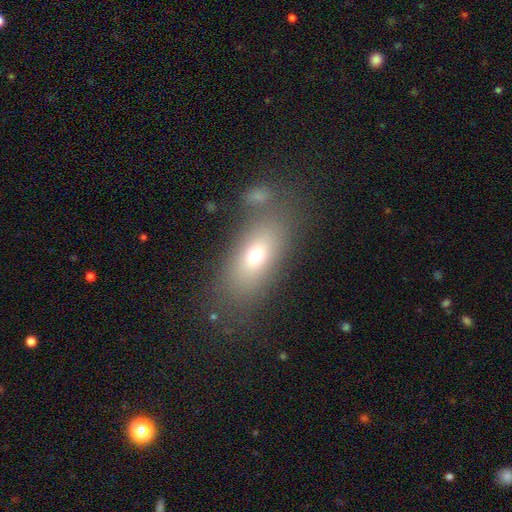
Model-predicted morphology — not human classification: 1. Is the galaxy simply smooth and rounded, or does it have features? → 67% smooth, 20% featured or disk, 13% star or artifact.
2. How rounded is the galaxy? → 77% in between, 13% round, 10% cigar-shaped.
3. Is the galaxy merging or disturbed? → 68% none, 12% merger, 12% minor disturbance, 8% major disturbance.